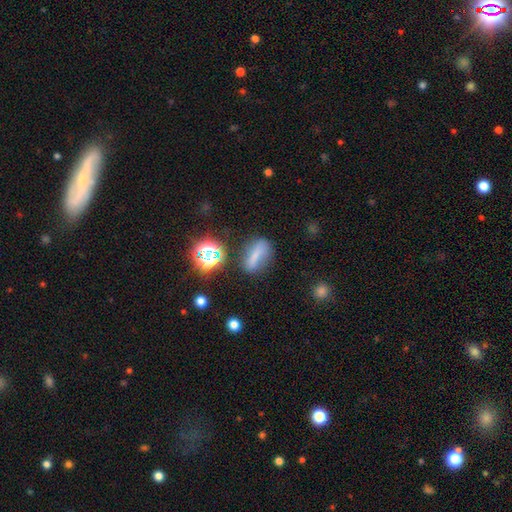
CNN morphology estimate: Q: Smooth or featured?
A: smooth (62%); runner-up: star or artifact (20%)
Q: How rounded?
A: in between (60%); runner-up: cigar-shaped (26%)
Q: Merging?
A: none (67%); runner-up: minor disturbance (19%)